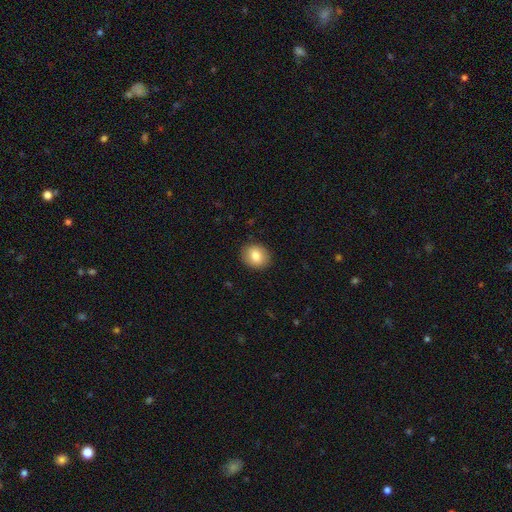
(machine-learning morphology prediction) smooth_or_featured: smooth (p=0.82) [alt: featured or disk p=0.09]
how_rounded: round (p=0.61) [alt: in between p=0.38]
merging: none (p=0.88) [alt: minor disturbance p=0.08]